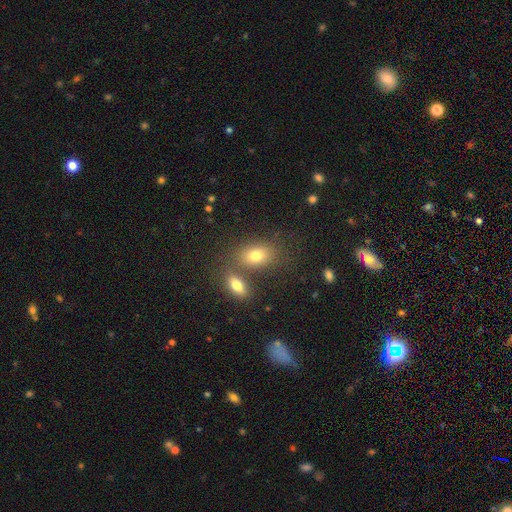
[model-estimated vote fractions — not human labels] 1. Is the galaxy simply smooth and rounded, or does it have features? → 75% smooth, 13% featured or disk, 12% star or artifact.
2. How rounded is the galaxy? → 82% in between, 15% round, 2% cigar-shaped.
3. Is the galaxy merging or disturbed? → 57% none, 28% merger, 11% minor disturbance, 4% major disturbance.